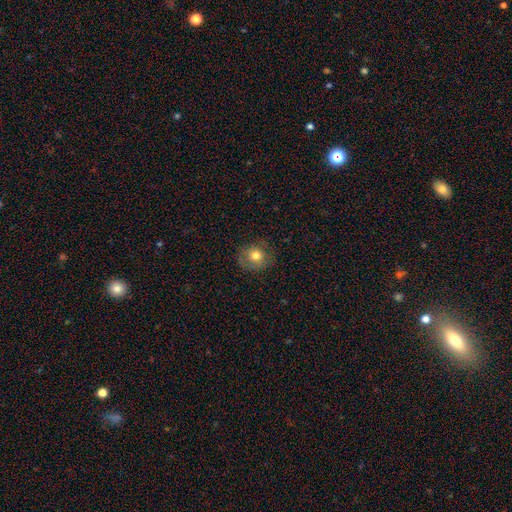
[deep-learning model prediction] Q: Smooth or featured?
A: smooth (71%); runner-up: featured or disk (19%)
Q: How rounded?
A: round (77%); runner-up: in between (22%)
Q: Merging?
A: none (77%); runner-up: minor disturbance (16%)